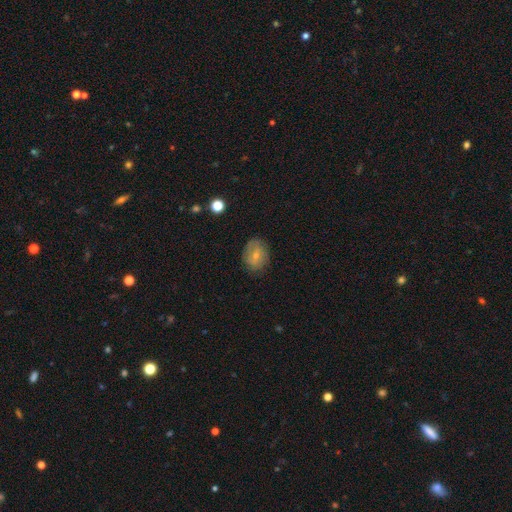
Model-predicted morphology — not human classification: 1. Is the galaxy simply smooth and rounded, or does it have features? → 61% smooth, 31% featured or disk, 9% star or artifact.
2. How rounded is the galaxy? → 52% in between, 46% round, 1% cigar-shaped.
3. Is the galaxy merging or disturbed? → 75% none, 18% minor disturbance, 5% major disturbance, 1% merger.